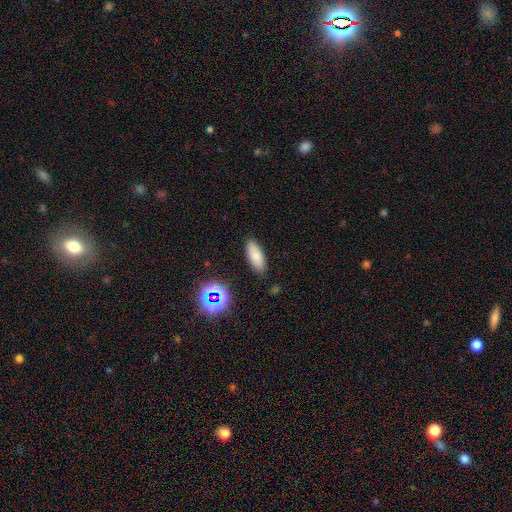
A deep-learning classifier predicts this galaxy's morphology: type=smooth (79%); roundness=in between (72%); merging=none (87%).